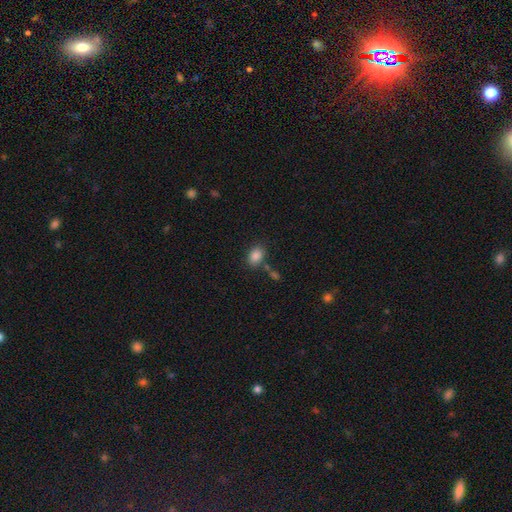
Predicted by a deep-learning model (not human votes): smooth-or-featured: smooth: 85% | star or artifact: 9% | featured or disk: 5%
  how-rounded: in between: 75% | round: 24% | cigar-shaped: 1%
  merging: none: 75% | minor disturbance: 13% | merger: 8% | major disturbance: 4%